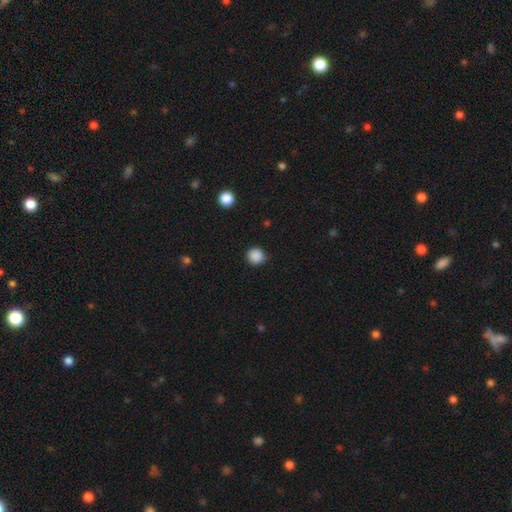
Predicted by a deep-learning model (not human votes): A smooth galaxy with no disk features (87%) that is round (91%).

Vote fractions:
- Smooth or featured? smooth: 87% / star or artifact: 10% / featured or disk: 3%
- How rounded? round: 91% / in between: 8% / cigar-shaped: 1%
- Merging? none: 87% / minor disturbance: 9% / major disturbance: 2% / merger: 1%